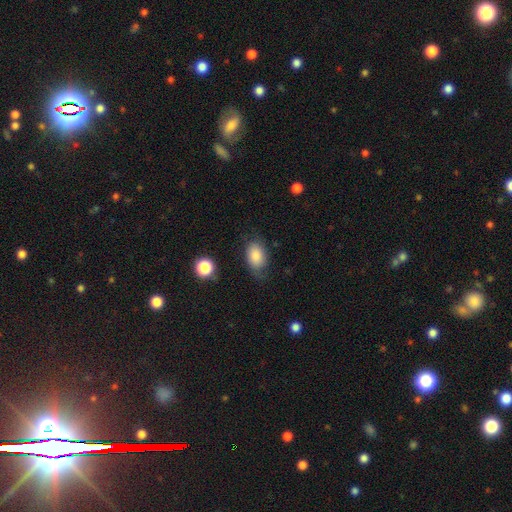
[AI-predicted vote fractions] Overall: smooth (82%). How rounded: in between (87%). Merging: none (65%).